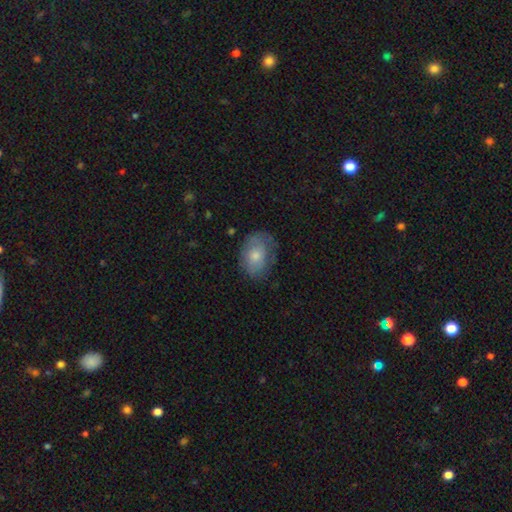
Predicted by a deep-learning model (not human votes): This is likely a smooth galaxy (67%). How rounded: likely in between (73%). Merging: likely none (61%).